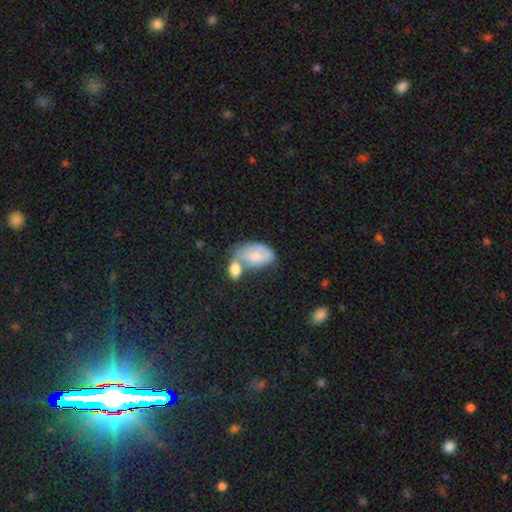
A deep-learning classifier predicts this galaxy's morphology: type=smooth (62%); roundness=in between (92%); merging=merger (48%).